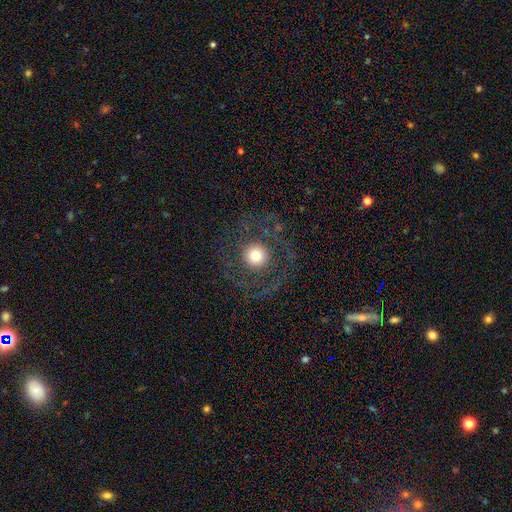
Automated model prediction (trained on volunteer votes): A smooth galaxy with no disk features (50%). Merging: none (72%).